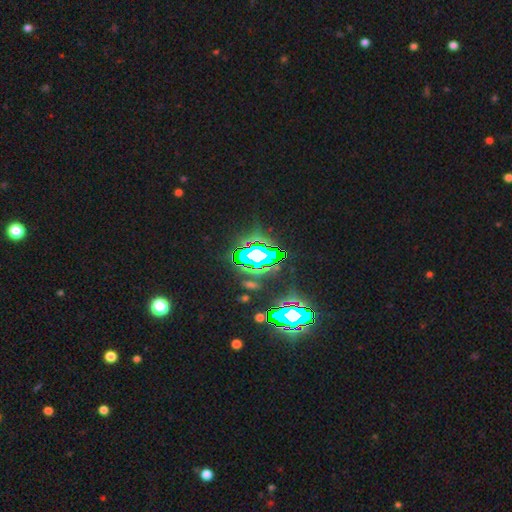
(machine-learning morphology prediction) Smooth or featured: star or artifact — 72% (smooth — 15%)